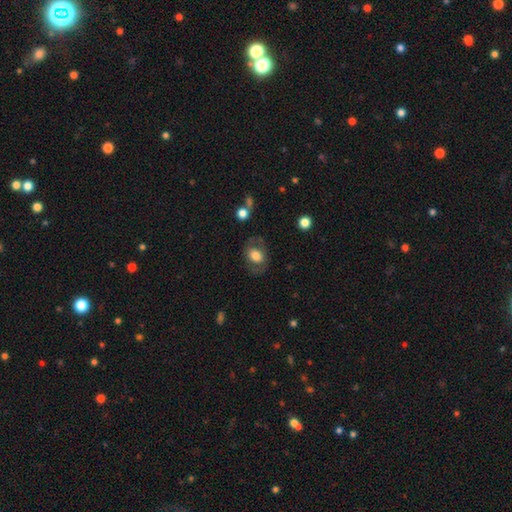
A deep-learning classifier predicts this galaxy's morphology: This is likely a smooth galaxy (64%). How rounded: likely in between (61%). Merging: likely none (72%).